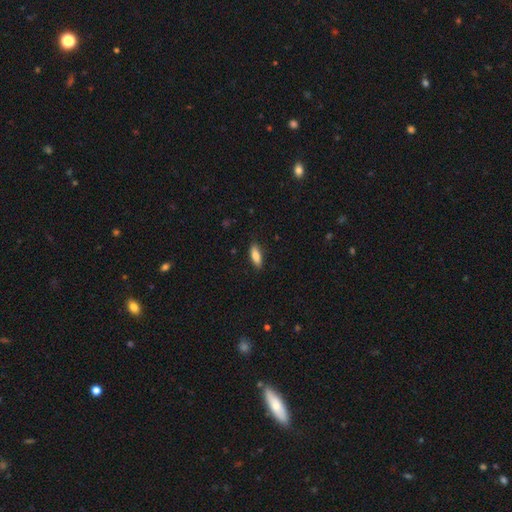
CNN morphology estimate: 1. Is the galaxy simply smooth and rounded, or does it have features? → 82% smooth, 12% featured or disk, 6% star or artifact.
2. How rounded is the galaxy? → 65% in between, 33% cigar-shaped, 2% round.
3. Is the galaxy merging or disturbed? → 86% none, 11% minor disturbance, 2% major disturbance, 1% merger.